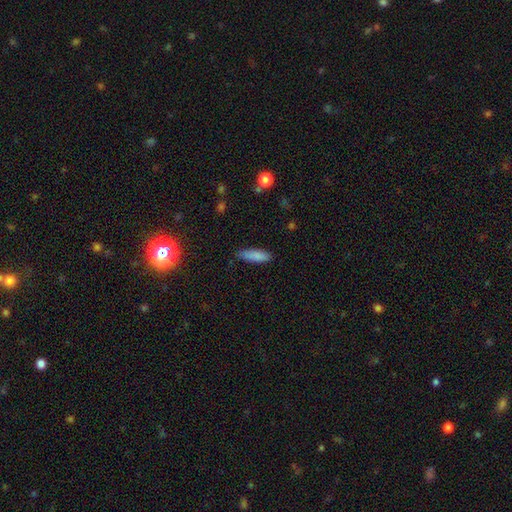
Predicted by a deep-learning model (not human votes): Q: Smooth or featured?
A: smooth (85%); runner-up: featured or disk (8%)
Q: How rounded?
A: cigar-shaped (53%); runner-up: in between (45%)
Q: Merging?
A: none (80%); runner-up: minor disturbance (16%)